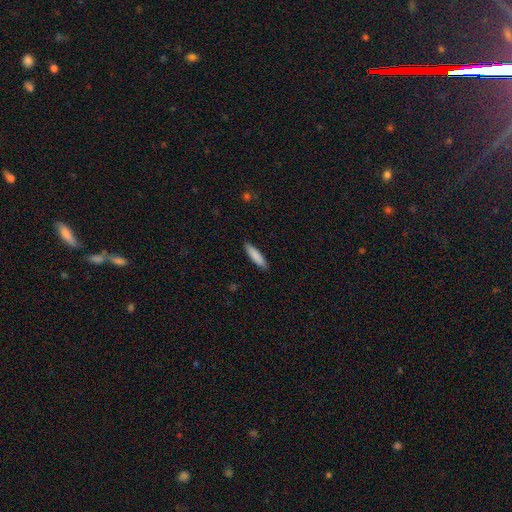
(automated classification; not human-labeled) Overall: smooth (86%). How rounded: cigar-shaped (73%). Merging: none (88%).